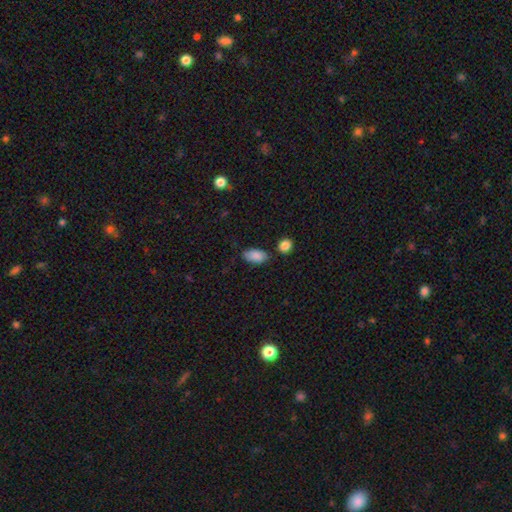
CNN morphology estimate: type=smooth (88%); roundness=in between (93%); merging=none (76%).